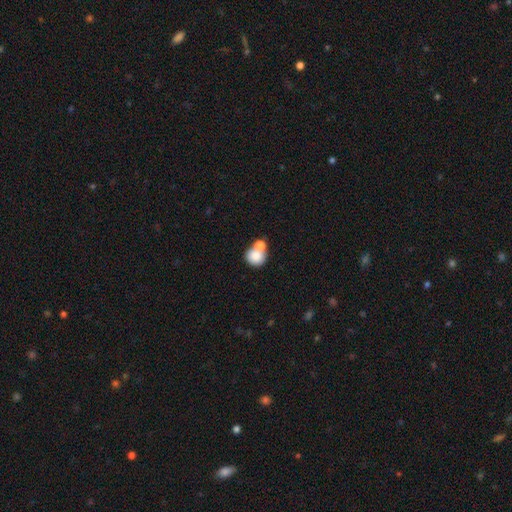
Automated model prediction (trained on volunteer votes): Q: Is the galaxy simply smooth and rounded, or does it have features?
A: smooth — 79%.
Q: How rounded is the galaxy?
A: round — 80%.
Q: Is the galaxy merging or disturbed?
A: merger — 46%.